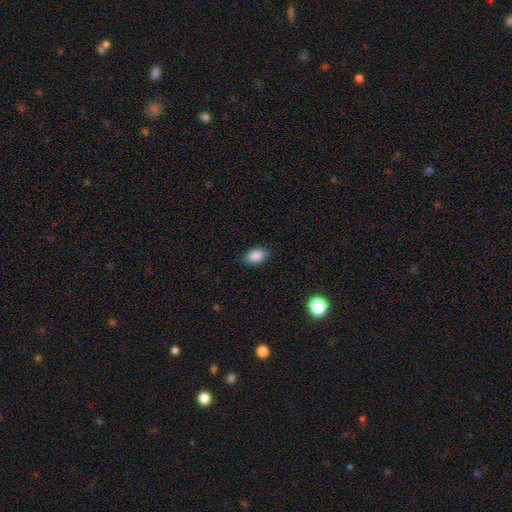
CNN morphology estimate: A smooth galaxy with no disk features (87%) that is in between round and cigar-shaped (90%). Merging: none (85%).